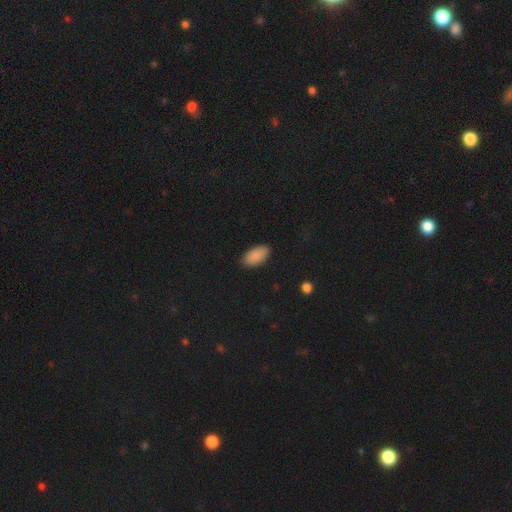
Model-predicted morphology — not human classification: Overall: smooth (89%). How rounded: in between (95%). Merging: none (88%).